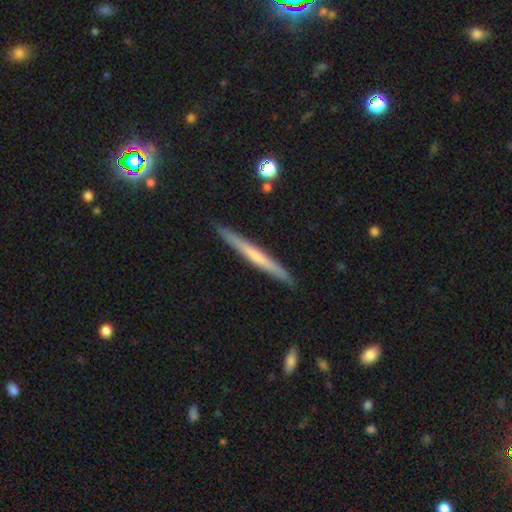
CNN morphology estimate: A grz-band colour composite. It shows a featured or disk galaxy (63%) viewed edge-on (97%) with no central bulge (48%). Merging: none (91%).